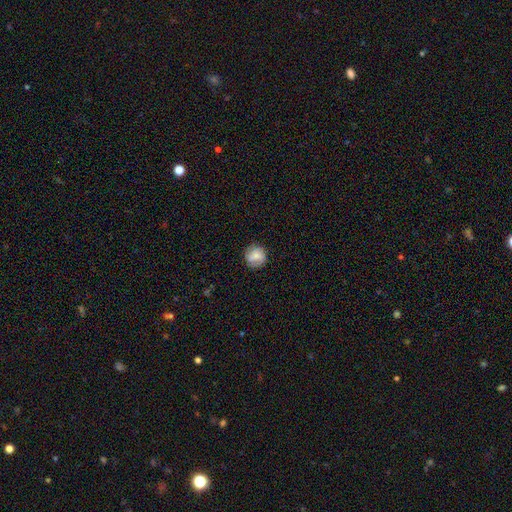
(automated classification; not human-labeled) Smooth or featured? smooth (71%)
How rounded? round (90%)
Merging? none (80%)